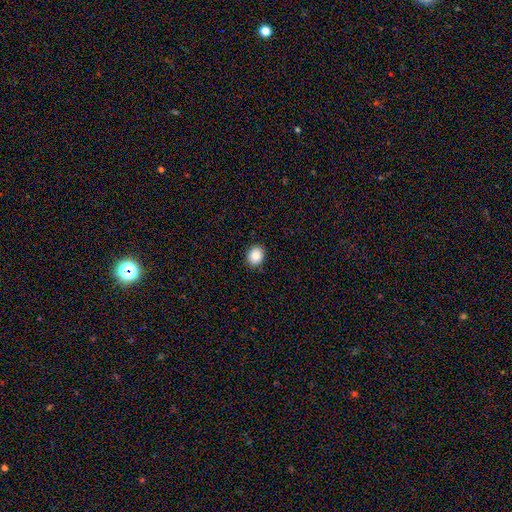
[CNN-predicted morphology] Q: Smooth or featured?
A: smooth (87%); runner-up: star or artifact (9%)
Q: How rounded?
A: round (58%); runner-up: in between (41%)
Q: Merging?
A: none (90%); runner-up: minor disturbance (7%)